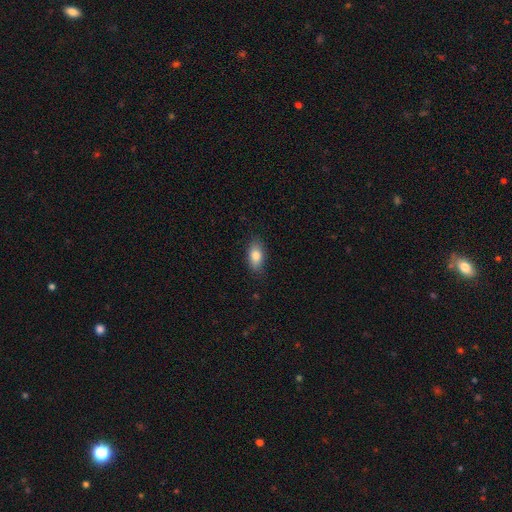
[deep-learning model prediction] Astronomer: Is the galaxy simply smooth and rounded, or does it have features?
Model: smooth — 82%.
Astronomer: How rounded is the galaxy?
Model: in between — 88%.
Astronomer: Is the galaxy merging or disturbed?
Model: none — 82%.